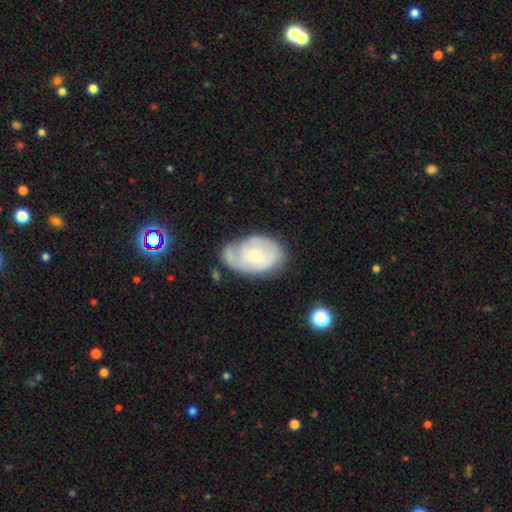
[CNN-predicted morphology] featured or disk 64%, smooth 30%, star or artifact 7%. Down the decision tree: edge-on disk — no (97%); bar — no (69%); spiral arms — yes (83%); spiral arm count — can't tell (39%); spiral winding — tight (58%); bulge size — small (71%); merging — none (52%).